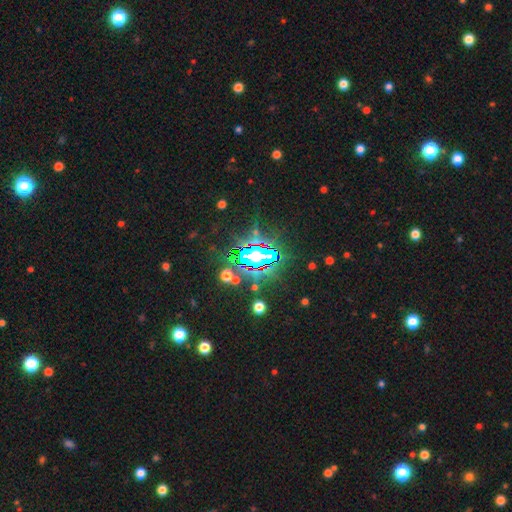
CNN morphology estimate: Smooth or featured: star or artifact — 82% (smooth — 10%)